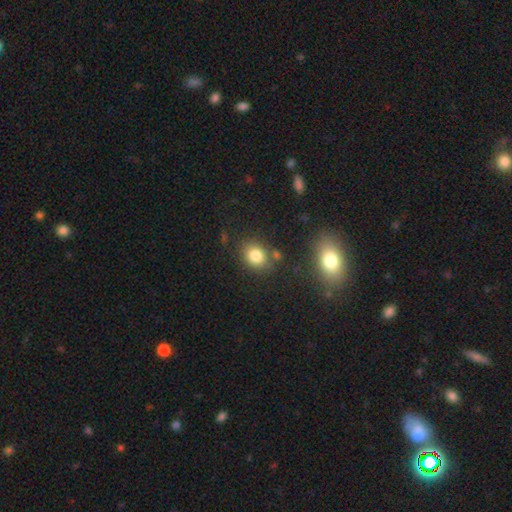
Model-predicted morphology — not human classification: This appears to be a smooth galaxy with no disk features (82%) that is round (55%). Merging: none (75%).